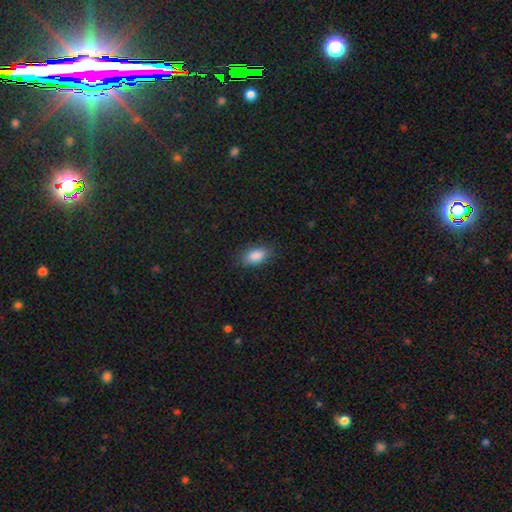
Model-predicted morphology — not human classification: The model was most divided on "merging": none: 83%, minor disturbance: 13%, major disturbance: 3%, merger: 1%. More confident: how rounded — in between (89%); smooth or featured — smooth (87%).